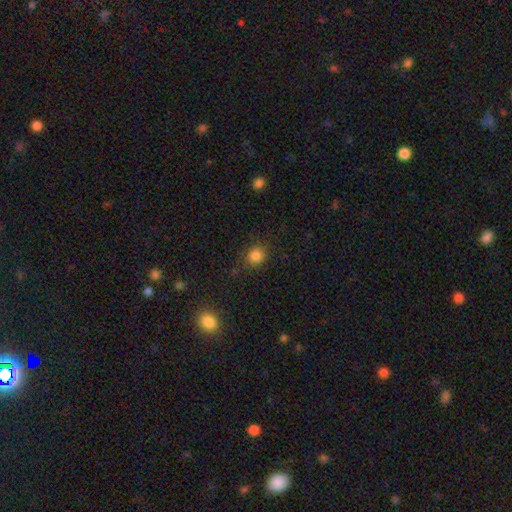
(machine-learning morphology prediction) This appears to be a smooth galaxy with no disk features (84%) that is round (82%). Merging: none (83%).